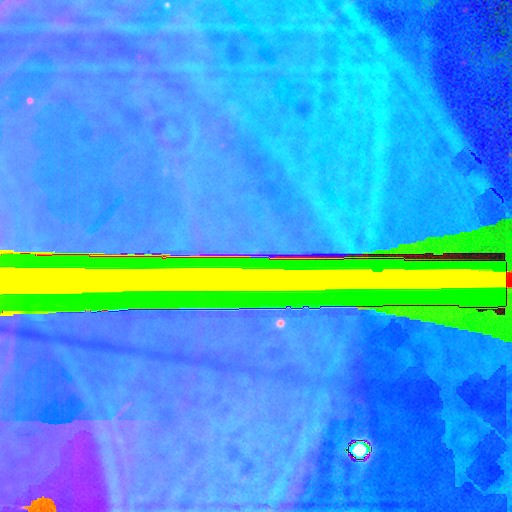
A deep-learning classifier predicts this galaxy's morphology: A star or artifact, not a galaxy (84%).

Vote fractions:
- Smooth or featured? star or artifact: 84% / featured or disk: 9% / smooth: 7%